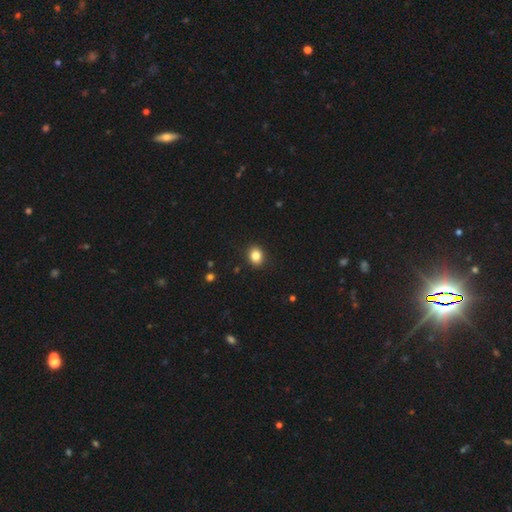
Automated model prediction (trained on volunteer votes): A smooth galaxy with no disk features (84%) that is round (56%).

Vote fractions:
- Smooth or featured? smooth: 84% / star or artifact: 10% / featured or disk: 6%
- How rounded? round: 56% / in between: 43% / cigar-shaped: 1%
- Merging? none: 90% / minor disturbance: 7% / major disturbance: 2% / merger: 1%